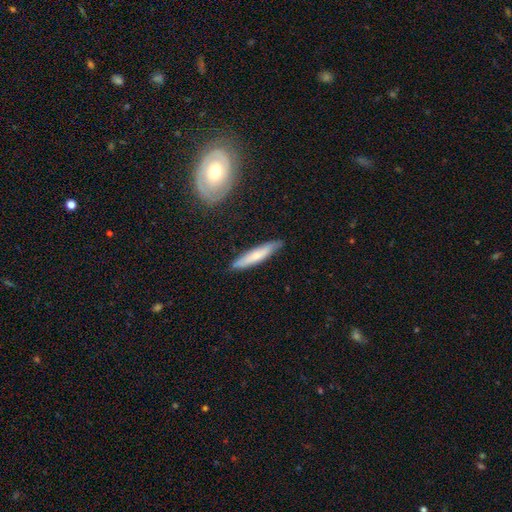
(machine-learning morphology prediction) This is likely a smooth galaxy (62%). How rounded: clearly cigar-shaped (87%). Merging: clearly none (83%).